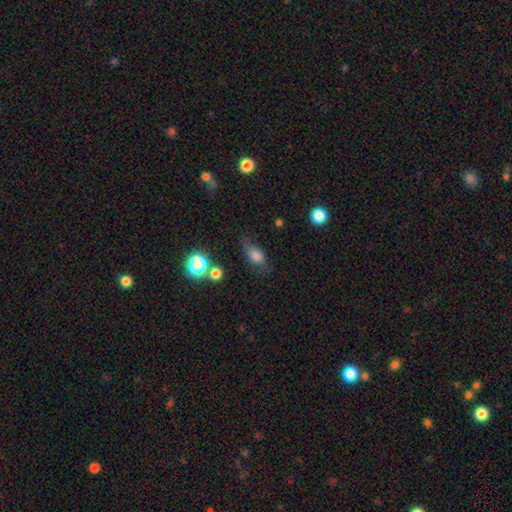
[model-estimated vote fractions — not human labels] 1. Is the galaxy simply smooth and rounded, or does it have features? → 74% smooth, 15% featured or disk, 12% star or artifact.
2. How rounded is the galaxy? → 74% in between, 17% round, 9% cigar-shaped.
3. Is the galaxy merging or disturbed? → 58% none, 27% minor disturbance, 11% major disturbance, 4% merger.